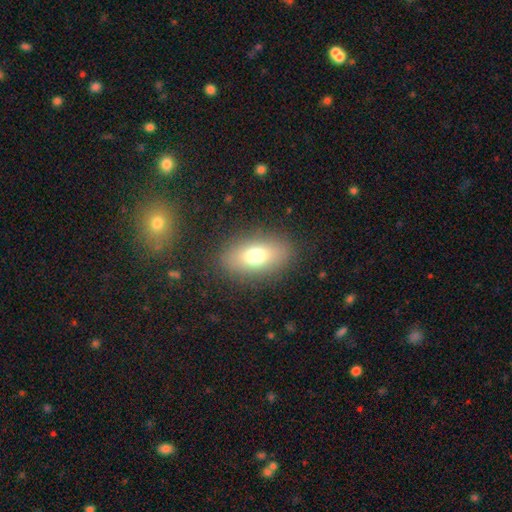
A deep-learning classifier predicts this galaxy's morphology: smooth-or-featured: smooth: 73% | featured or disk: 16% | star or artifact: 12%
  how-rounded: in between: 85% | round: 12% | cigar-shaped: 4%
  merging: none: 85% | minor disturbance: 9% | major disturbance: 5% | merger: 1%